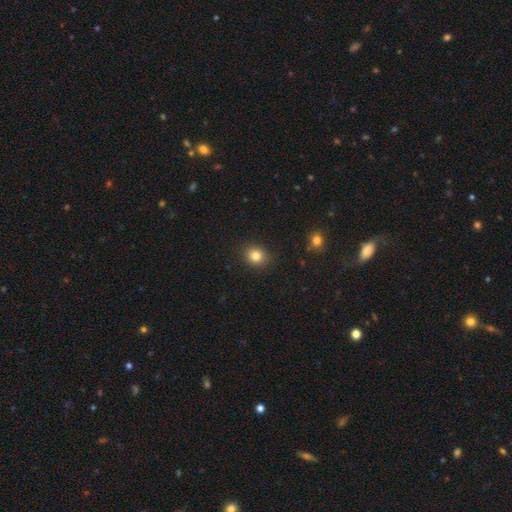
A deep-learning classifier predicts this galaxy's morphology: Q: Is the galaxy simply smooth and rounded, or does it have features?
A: smooth — 82%.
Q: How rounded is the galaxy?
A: round — 77%.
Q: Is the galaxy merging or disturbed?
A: none — 89%.